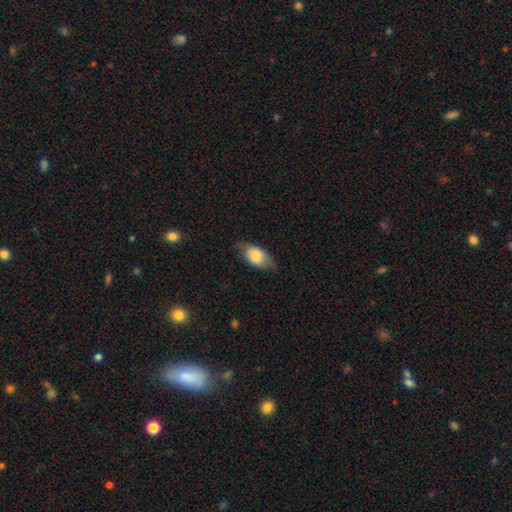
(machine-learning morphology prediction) This is likely a smooth galaxy (78%). How rounded: clearly in between (90%). Merging: likely none (72%).